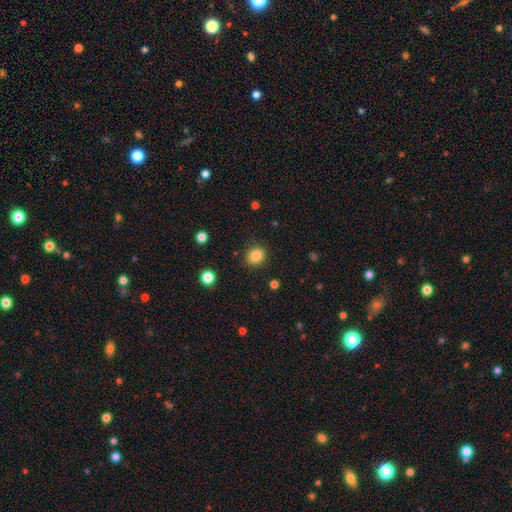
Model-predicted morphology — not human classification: Smooth or featured? smooth (85%)
How rounded? round (75%)
Merging? none (86%)